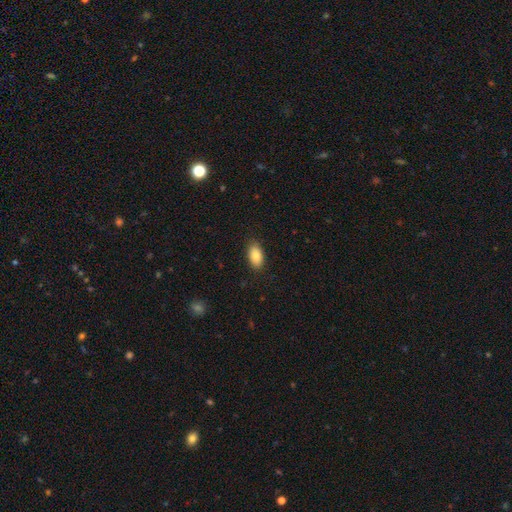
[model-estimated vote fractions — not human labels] Smooth or featured? Predicted: smooth (p=0.86). How rounded? Predicted: in between (p=0.93). Merging? Predicted: none (p=0.85).